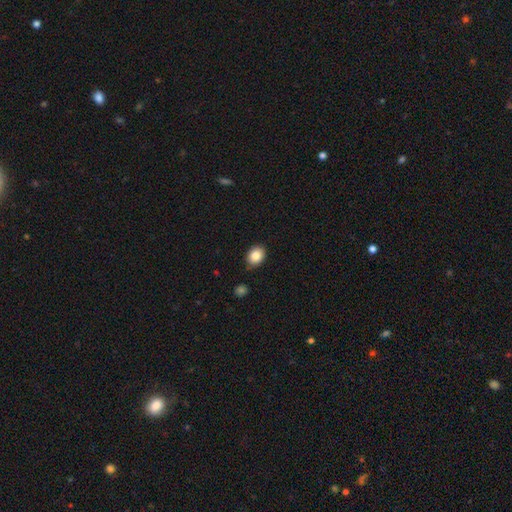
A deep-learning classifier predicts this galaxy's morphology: Smooth or featured? smooth (86%)
How rounded? in between (58%)
Merging? none (82%)